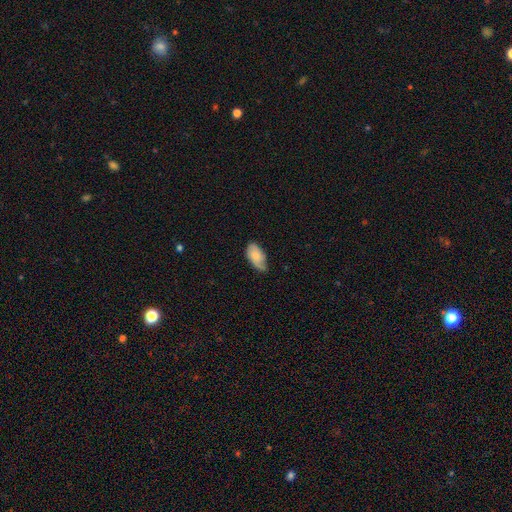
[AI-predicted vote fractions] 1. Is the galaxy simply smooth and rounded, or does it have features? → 76% smooth, 17% featured or disk, 7% star or artifact.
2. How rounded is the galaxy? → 93% in between, 4% cigar-shaped, 3% round.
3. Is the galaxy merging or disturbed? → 57% none, 35% minor disturbance, 7% major disturbance, 2% merger.